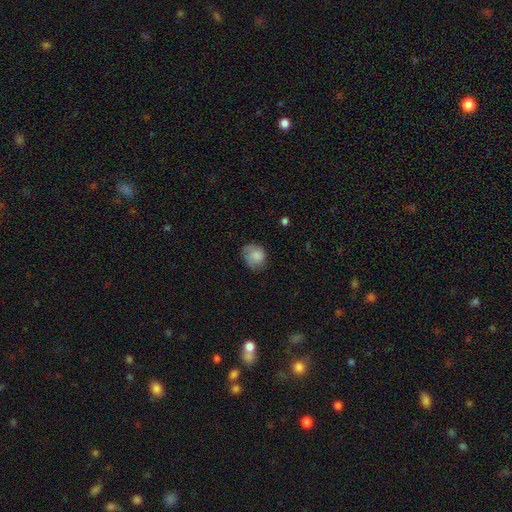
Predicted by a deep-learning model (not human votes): A smooth galaxy with no disk features (74%) that is round (61%).

Vote fractions:
- Smooth or featured? smooth: 74% / featured or disk: 18% / star or artifact: 8%
- How rounded? round: 61% / in between: 38% / cigar-shaped: 1%
- Merging? none: 60% / minor disturbance: 28% / major disturbance: 10% / merger: 1%